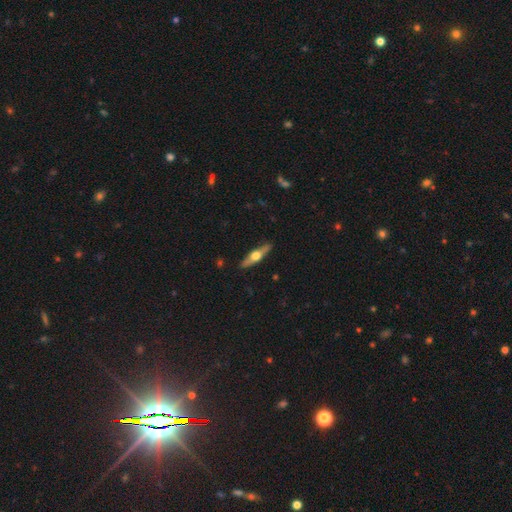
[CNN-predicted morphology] type=featured or disk (61%); edge-on=yes (94%); edge-on bulge=rounded (95%); merging=none (89%).